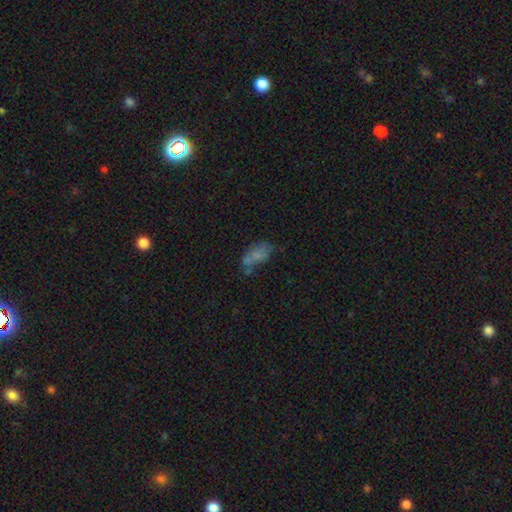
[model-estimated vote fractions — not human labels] A smooth galaxy with no disk features (60%) that is in between round and cigar-shaped (86%).

Vote fractions:
- Smooth or featured? smooth: 60% / featured or disk: 24% / star or artifact: 17%
- How rounded? in between: 86% / cigar-shaped: 7% / round: 7%
- Merging? none: 36% / merger: 27% / minor disturbance: 21% / major disturbance: 16%